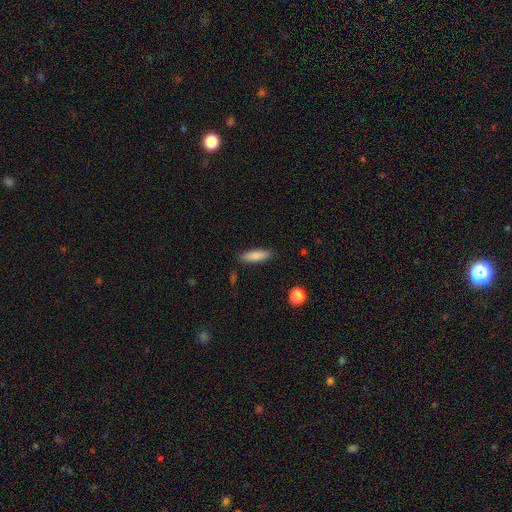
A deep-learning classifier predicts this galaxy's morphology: smooth_or_featured: smooth (p=0.85) [alt: featured or disk p=0.08]
how_rounded: cigar-shaped (p=0.50) [alt: in between p=0.48]
merging: none (p=0.86) [alt: minor disturbance p=0.10]